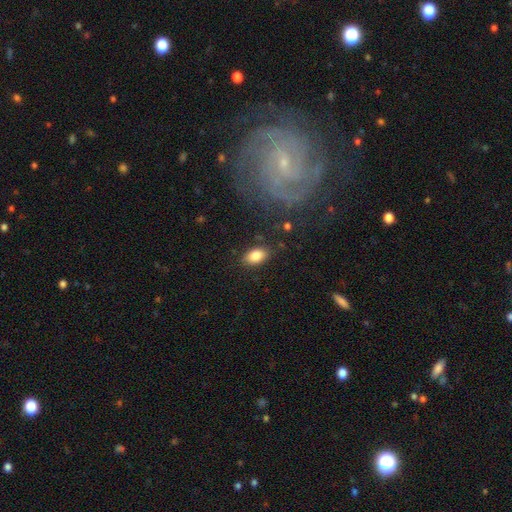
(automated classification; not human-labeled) The model was most divided on "merging": none: 85%, minor disturbance: 11%, major disturbance: 3%, merger: 2%. More confident: how rounded — in between (90%); smooth or featured — smooth (85%).